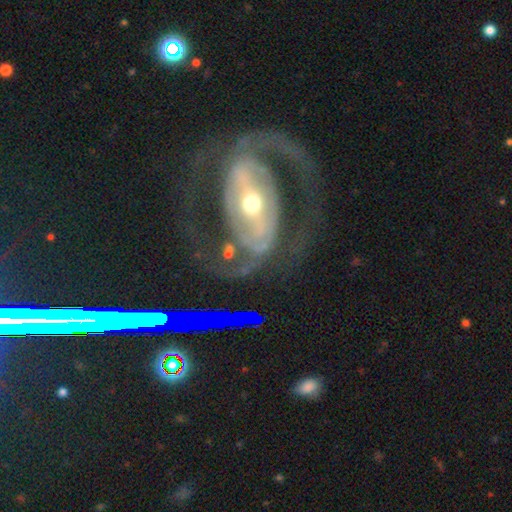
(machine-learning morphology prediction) type=featured or disk (87%); edge-on=no (95%); bar=strong (61%); spiral arms=yes (91%); winding=medium (50%); arm count=2 (90%); bulge=moderate (55%); merging=none (69%).